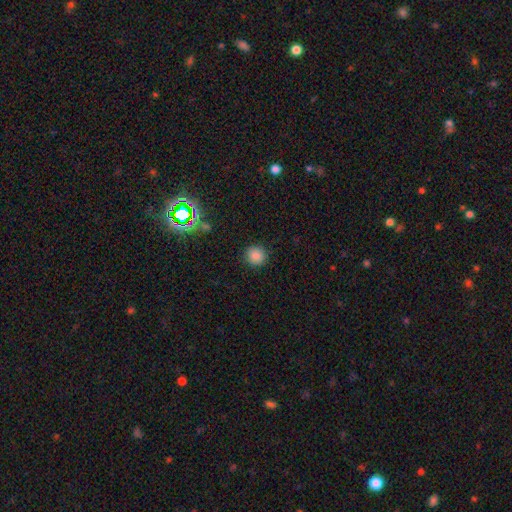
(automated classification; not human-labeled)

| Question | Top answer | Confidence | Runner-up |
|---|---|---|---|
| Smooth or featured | smooth | 84% | star or artifact (12%) |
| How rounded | round | 94% | in between (5%) |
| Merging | none | 91% | minor disturbance (6%) |